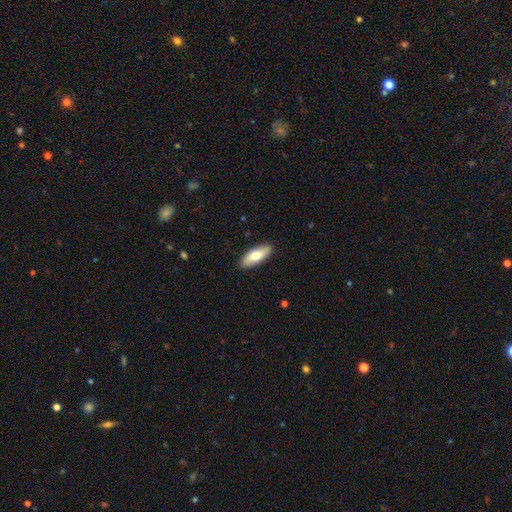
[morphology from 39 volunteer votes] Overall: smooth (51%; featured or disk 41%). How rounded: in between (75%). Merging: none (92%).